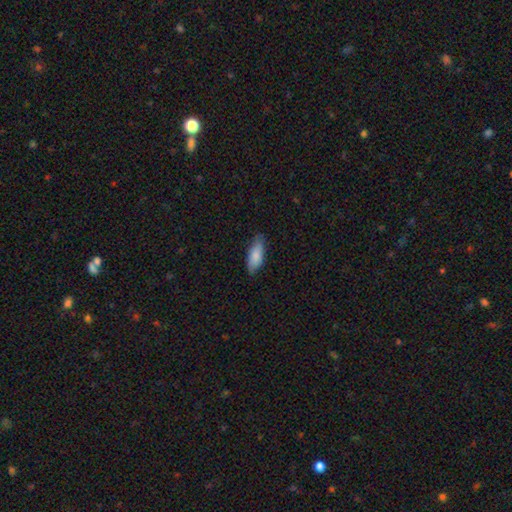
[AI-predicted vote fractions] Overall: smooth (84%). How rounded: in between (77%). Merging: none (78%).